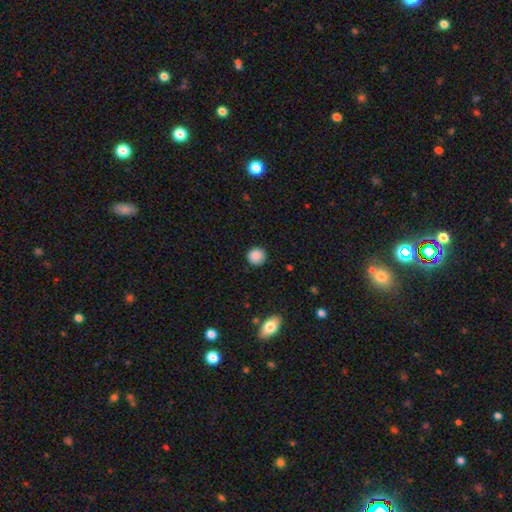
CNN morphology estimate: Smooth or featured? smooth (88%)
How rounded? round (91%)
Merging? none (90%)